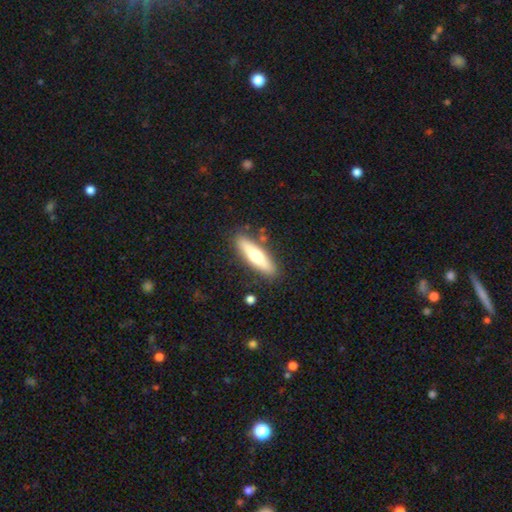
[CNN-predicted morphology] Q: Smooth or featured?
A: smooth (55%); runner-up: featured or disk (40%)
Q: How rounded?
A: cigar-shaped (72%); runner-up: in between (26%)
Q: Merging?
A: none (85%); runner-up: minor disturbance (10%)